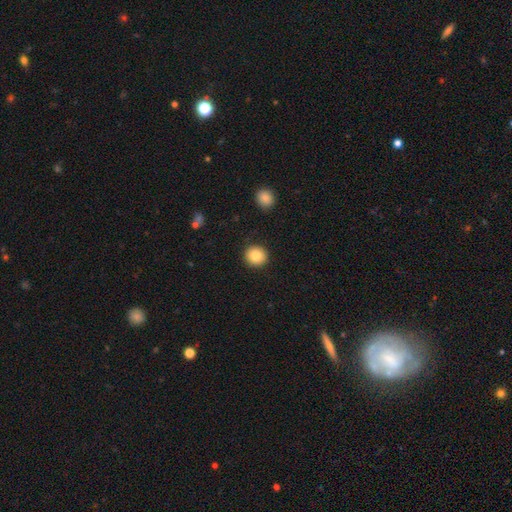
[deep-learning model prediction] Smooth or featured?
  - smooth: 84% *
  - star or artifact: 9%
  - featured or disk: 7%
How rounded?
  - round: 93% *
  - in between: 6%
  - cigar-shaped: 1%
Merging?
  - none: 91% *
  - minor disturbance: 6%
  - major disturbance: 2%
  - merger: 1%